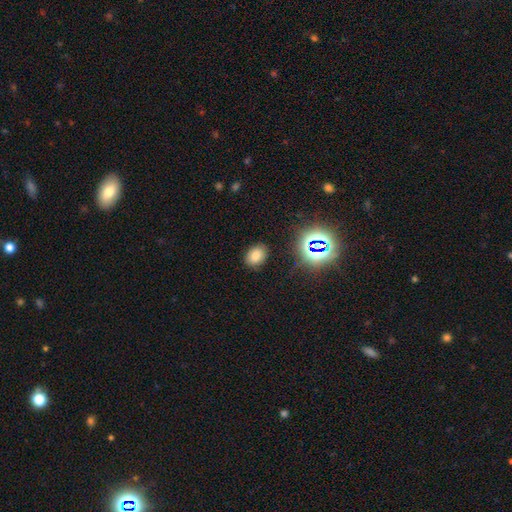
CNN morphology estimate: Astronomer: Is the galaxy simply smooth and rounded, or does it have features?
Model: smooth — 74%.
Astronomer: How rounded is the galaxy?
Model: in between — 69%.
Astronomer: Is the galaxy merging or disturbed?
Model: none — 85%.